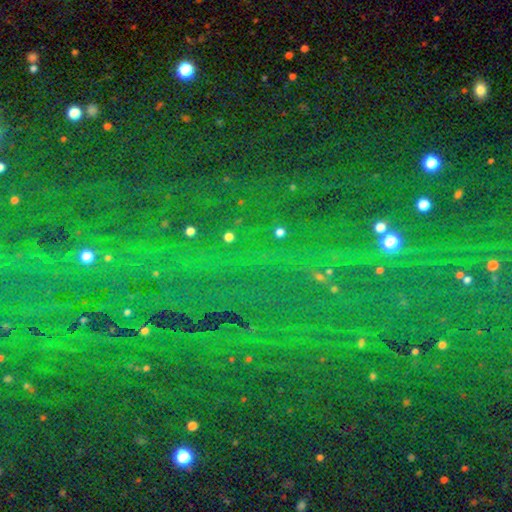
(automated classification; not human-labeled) smooth-or-featured: star or artifact: 85% | smooth: 8% | featured or disk: 7%